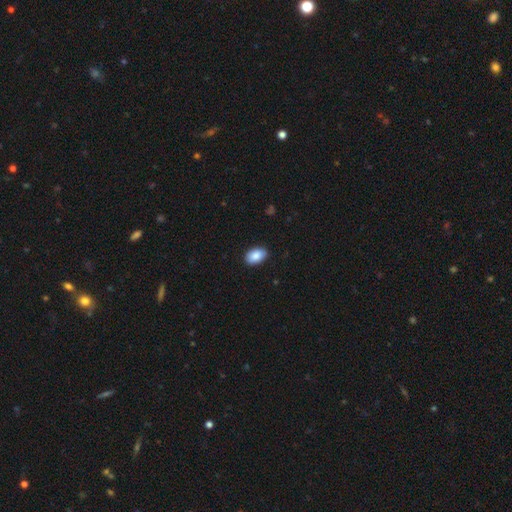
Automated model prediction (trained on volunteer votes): smooth_or_featured: smooth (p=0.88) [alt: star or artifact p=0.07]
how_rounded: in between (p=0.91) [alt: round p=0.07]
merging: none (p=0.88) [alt: minor disturbance p=0.09]